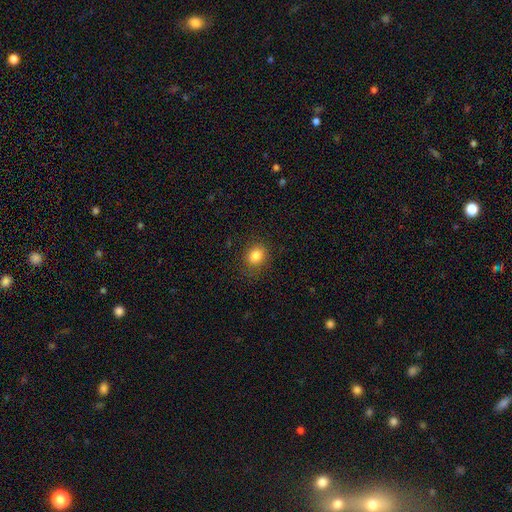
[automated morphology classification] smooth-or-featured: smooth: 83% | star or artifact: 11% | featured or disk: 6%
  how-rounded: round: 63% | in between: 36% | cigar-shaped: 1%
  merging: none: 83% | minor disturbance: 12% | major disturbance: 4% | merger: 1%